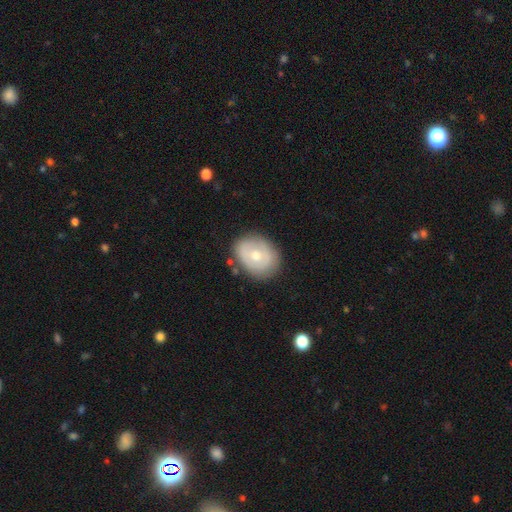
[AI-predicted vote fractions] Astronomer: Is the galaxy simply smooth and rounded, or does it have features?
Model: featured or disk — 47%, tied with smooth at 47%.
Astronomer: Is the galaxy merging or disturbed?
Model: none — 77%.